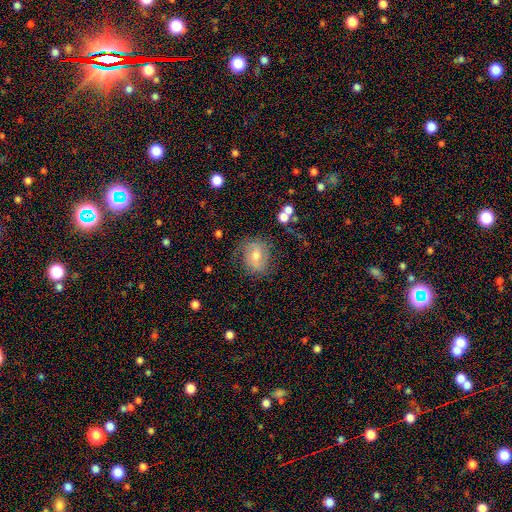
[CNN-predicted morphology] This is possibly a featured or disk galaxy (55%). It is clearly not viewed edge-on (96%). Bar: marginally weak (43%). Spiral arm pattern: clearly yes (82%). Central bulge: likely moderate (65%). Merging: likely none (68%).